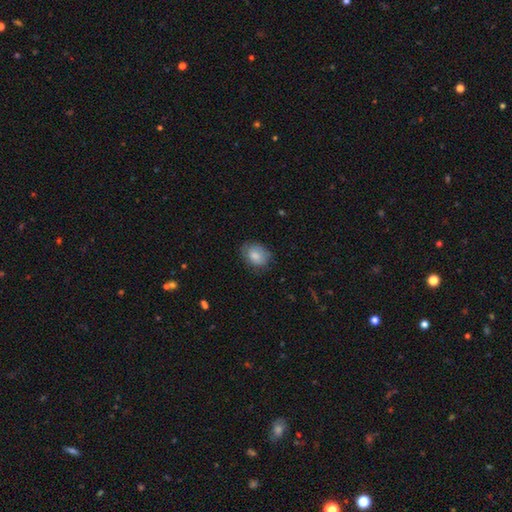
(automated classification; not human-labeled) Smooth or featured: smooth — 81% (featured or disk — 12%)
How rounded: in between — 62% (round — 37%)
Merging: none — 71% (minor disturbance — 22%)